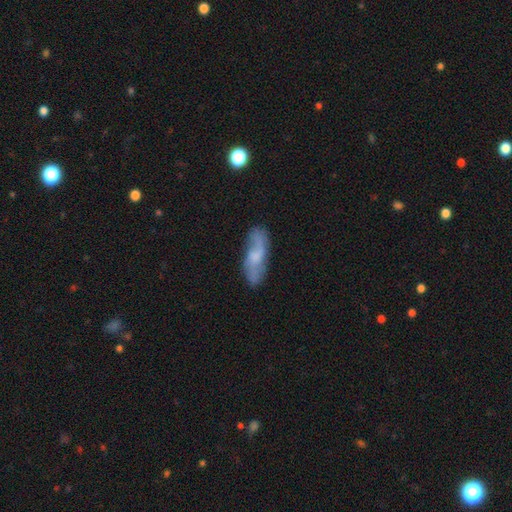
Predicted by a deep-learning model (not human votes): Q: Smooth or featured?
A: featured or disk (57%); runner-up: smooth (35%)
Q: Edge-on disk?
A: no (85%); runner-up: yes (15%)
Q: Merging?
A: none (74%); runner-up: minor disturbance (18%)